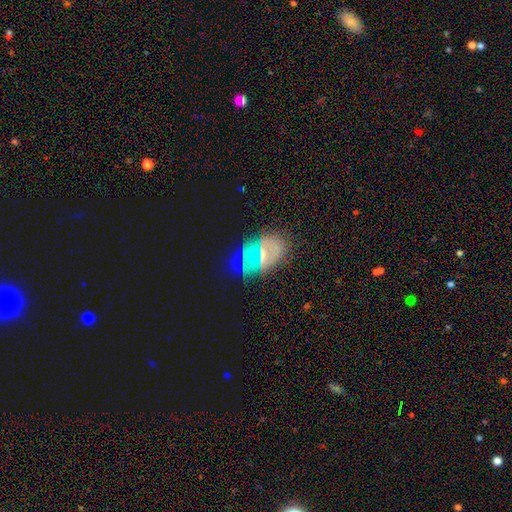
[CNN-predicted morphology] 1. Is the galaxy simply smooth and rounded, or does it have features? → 37% smooth, 36% featured or disk, 27% star or artifact.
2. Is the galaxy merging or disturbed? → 62% none, 17% minor disturbance, 13% major disturbance, 8% merger.